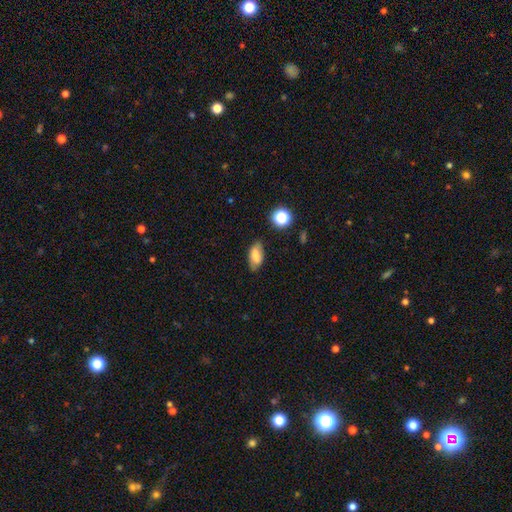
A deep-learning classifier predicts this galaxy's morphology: Smooth or featured? Predicted: smooth (p=0.73). How rounded? Predicted: in between (p=0.89). Merging? Predicted: none (p=0.76).